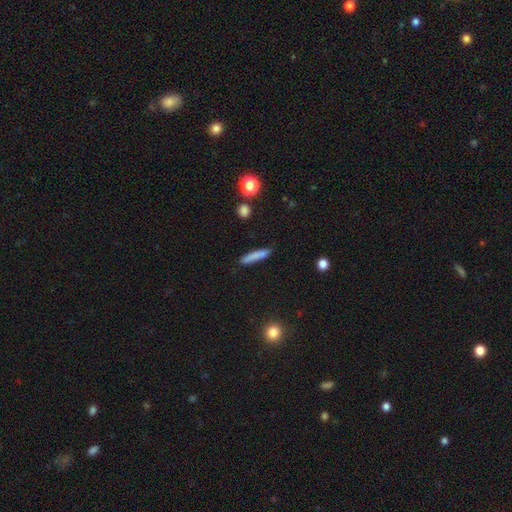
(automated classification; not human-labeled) Overall: smooth (79%). How rounded: cigar-shaped (91%). Merging: none (83%).